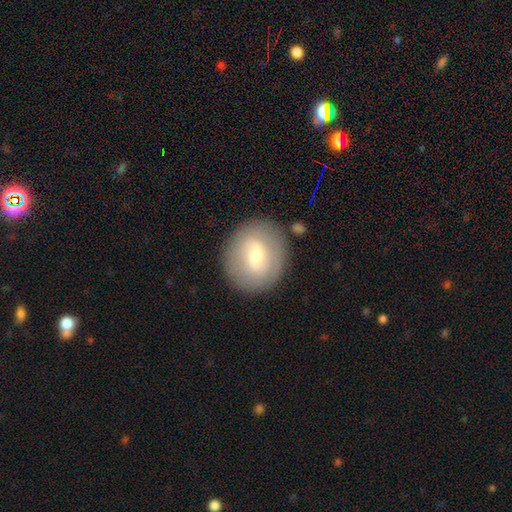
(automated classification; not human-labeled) Morphology: type=smooth (56%); roundness=round (67%); merging=none (83%).